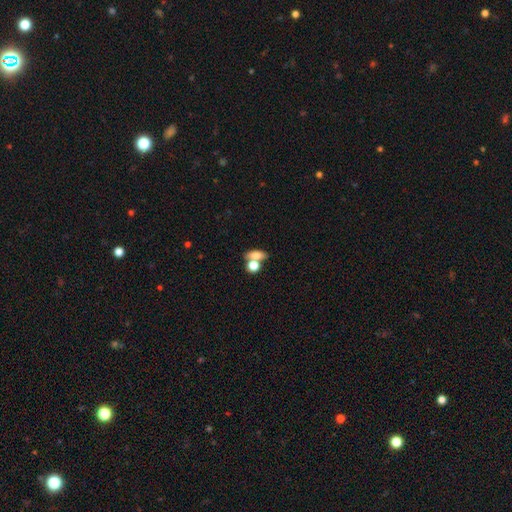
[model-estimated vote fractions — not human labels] smooth_or_featured: smooth (p=0.72) [alt: featured or disk p=0.17]
how_rounded: in between (p=0.64) [alt: round p=0.24]
merging: none (p=0.44) [alt: merger p=0.41]